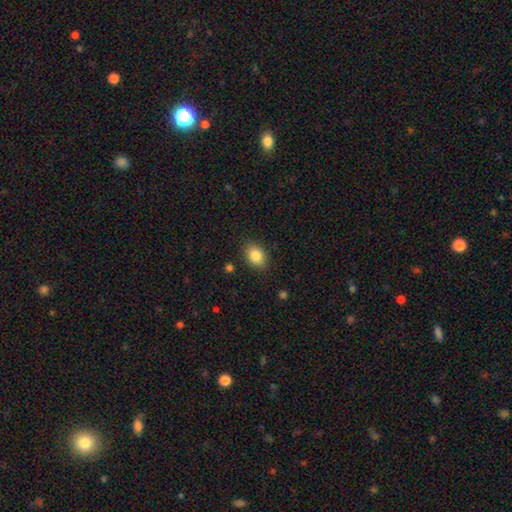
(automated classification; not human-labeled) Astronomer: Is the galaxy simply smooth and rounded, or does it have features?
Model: smooth — 84%.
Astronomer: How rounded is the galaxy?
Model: in between — 70%.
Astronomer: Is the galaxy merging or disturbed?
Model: none — 86%.